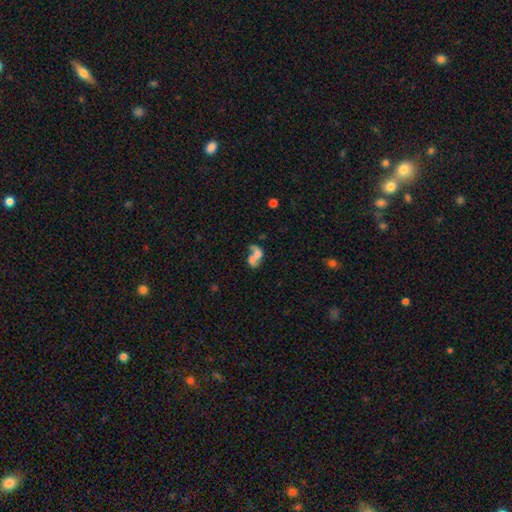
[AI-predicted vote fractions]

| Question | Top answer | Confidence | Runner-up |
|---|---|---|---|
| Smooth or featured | featured or disk | 45% | smooth (42%) |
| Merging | merger | 55% | none (20%) |